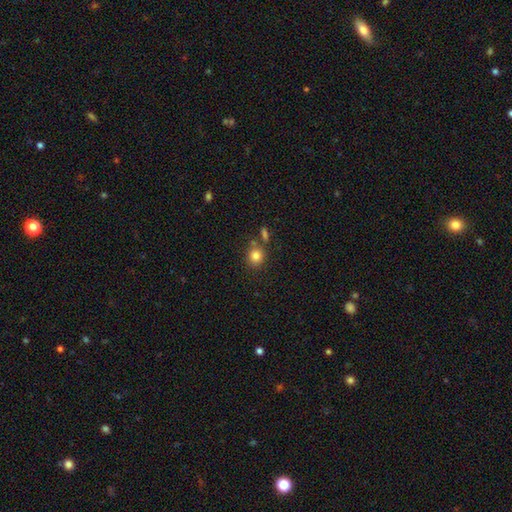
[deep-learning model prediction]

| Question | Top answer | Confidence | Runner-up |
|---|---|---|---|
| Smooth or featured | smooth | 82% | star or artifact (11%) |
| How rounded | round | 81% | in between (18%) |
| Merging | none | 72% | merger (13%) |